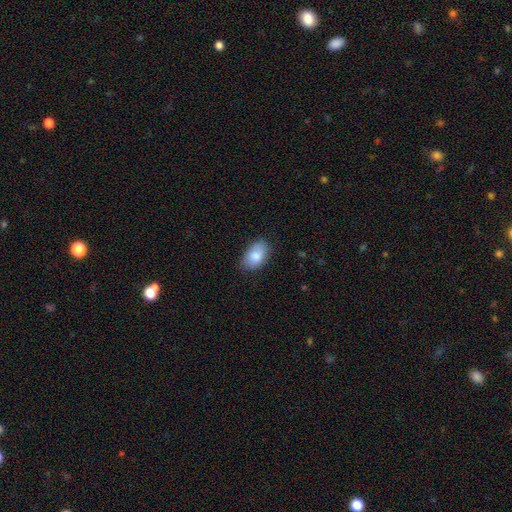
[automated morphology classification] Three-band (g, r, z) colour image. It shows a smooth galaxy with no disk features (84%) that is in between round and cigar-shaped (92%). Merging: none (78%).